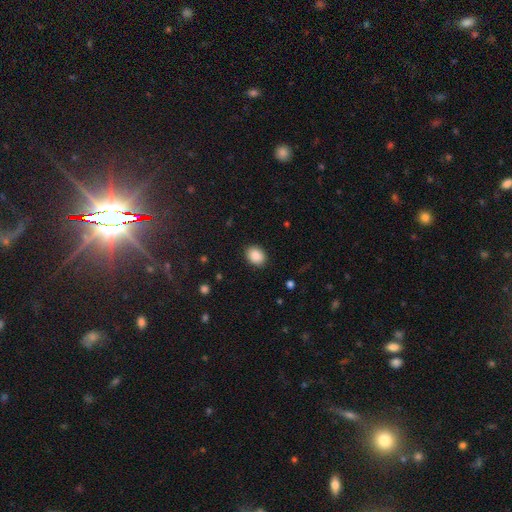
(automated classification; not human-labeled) A smooth galaxy with no disk features (88%) that is in between round and cigar-shaped (57%). Merging: none (89%).